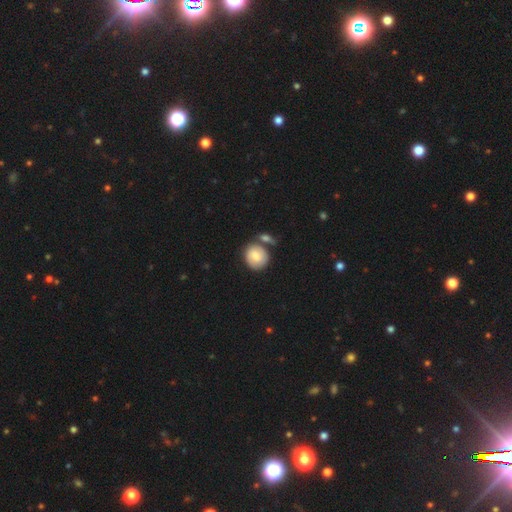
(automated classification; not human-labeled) Smooth or featured?
  - smooth: 70% *
  - featured or disk: 23%
  - star or artifact: 6%
How rounded?
  - round: 83% *
  - in between: 16%
  - cigar-shaped: 1%
Merging?
  - none: 56% *
  - merger: 25%
  - minor disturbance: 14%
  - major disturbance: 5%